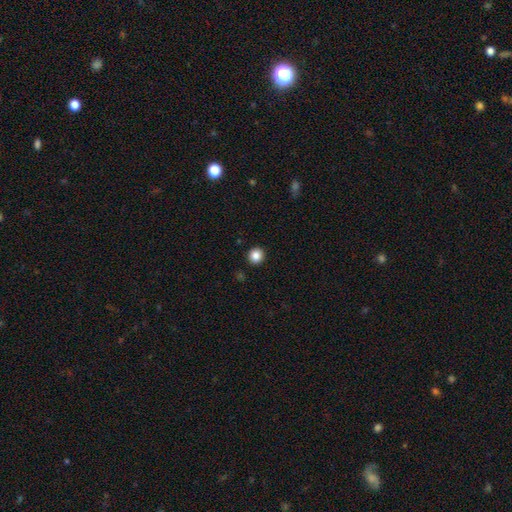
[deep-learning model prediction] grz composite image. It shows a smooth galaxy with no disk features (86%) that is round (90%). Merging: none (93%).